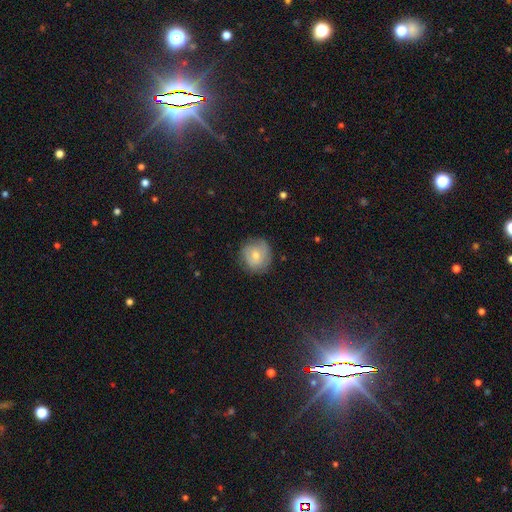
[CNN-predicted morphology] A smooth galaxy with no disk features (59%) that is round (90%).

Vote fractions:
- Smooth or featured? smooth: 59% / featured or disk: 33% / star or artifact: 8%
- How rounded? round: 90% / in between: 9% / cigar-shaped: 1%
- Merging? none: 77% / minor disturbance: 17% / major disturbance: 5% / merger: 1%